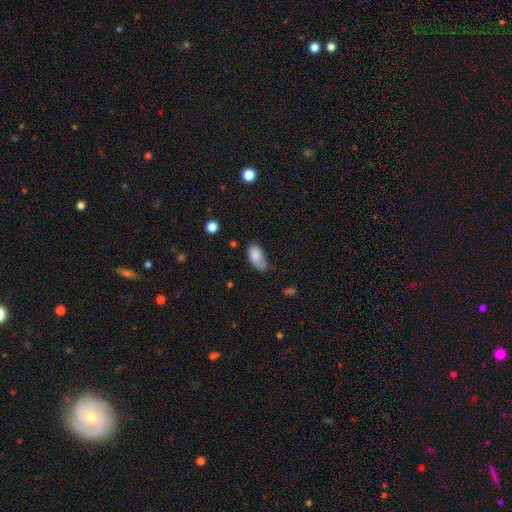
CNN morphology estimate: Smooth or featured: smooth — 83% (featured or disk — 10%)
How rounded: in between — 93% (cigar-shaped — 4%)
Merging: none — 48% (minor disturbance — 36%)